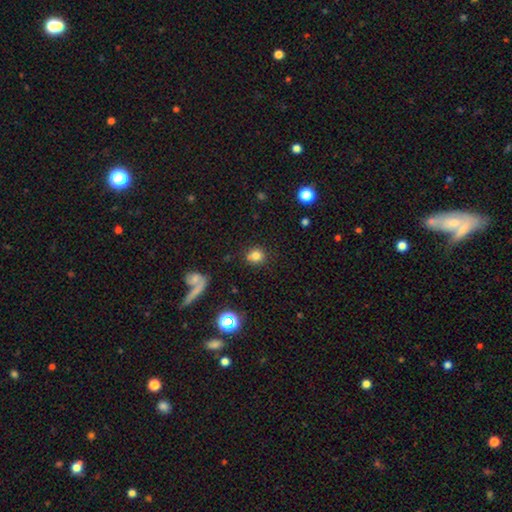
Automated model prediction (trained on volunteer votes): This appears to be a smooth galaxy with no disk features (79%) that is round (82%). Merging: none (77%).